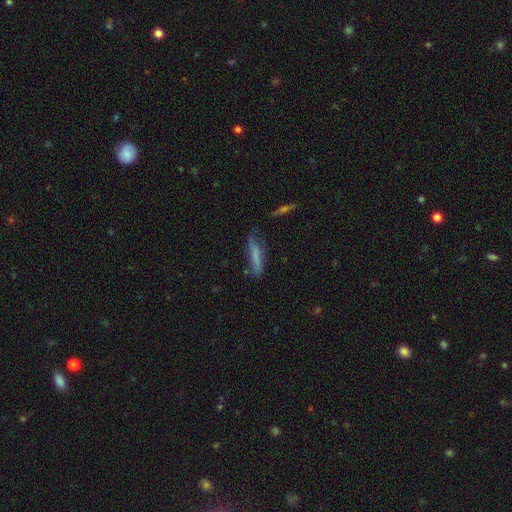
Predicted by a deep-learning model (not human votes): A smooth galaxy with no disk features (67%) that is cigar-shaped (85%). Merging: none (56%).